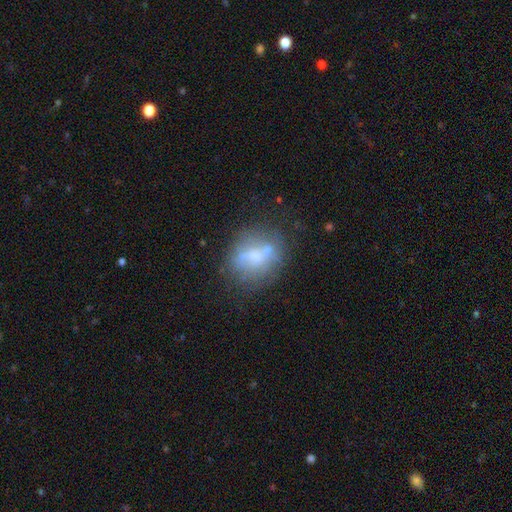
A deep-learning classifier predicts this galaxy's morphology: featured or disk 46%, smooth 42%, star or artifact 12%. Down the decision tree: merging — none (51%).